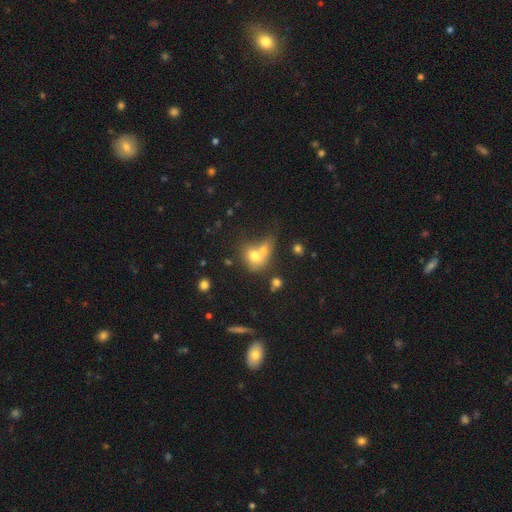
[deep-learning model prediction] The model was most divided on "how rounded": in between: 53%, round: 45%, cigar-shaped: 2%. More confident: smooth or featured — smooth (66%); merging — merger (63%).